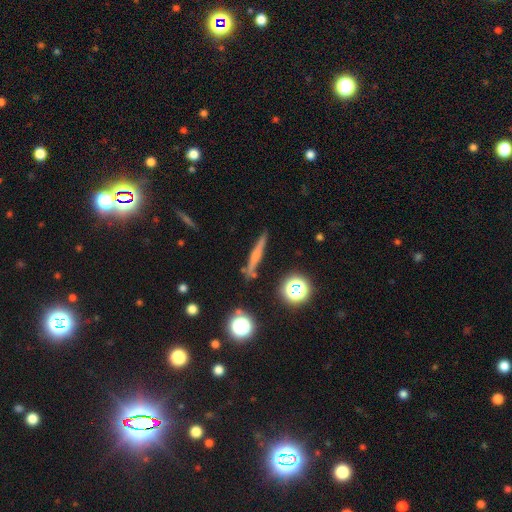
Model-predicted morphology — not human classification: smooth-or-featured: smooth: 43% (tied) | featured or disk: 43% (tied) | star or artifact: 14%
  merging: none: 83% | minor disturbance: 11% | merger: 3% | major disturbance: 3%